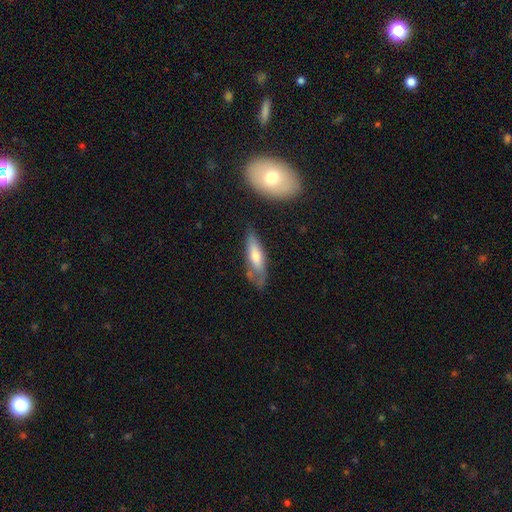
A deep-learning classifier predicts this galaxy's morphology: This appears to be a smooth galaxy with no disk features (61%) that is cigar-shaped (52%). Merging: none (59%).